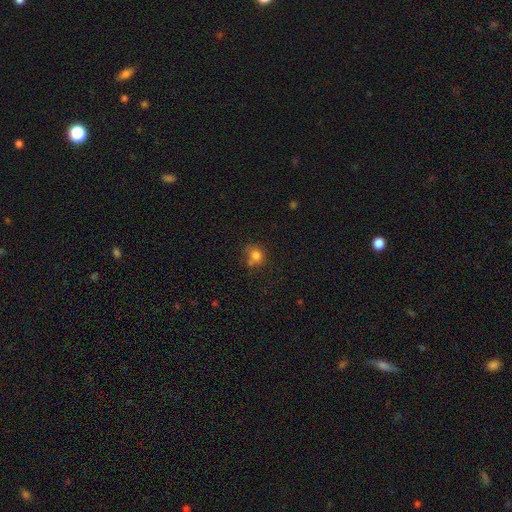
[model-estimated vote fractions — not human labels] This appears to be a smooth galaxy with no disk features (79%) that is round (77%). Merging: none (60%).